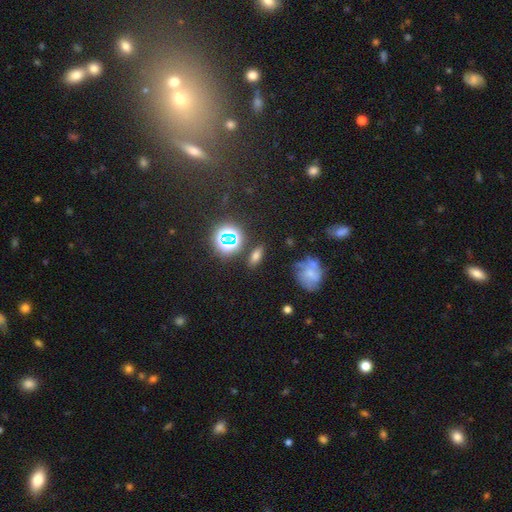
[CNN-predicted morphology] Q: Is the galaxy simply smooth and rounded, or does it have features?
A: smooth — 63%.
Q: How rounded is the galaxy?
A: in between — 71%.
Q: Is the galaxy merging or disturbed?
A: none — 82%.